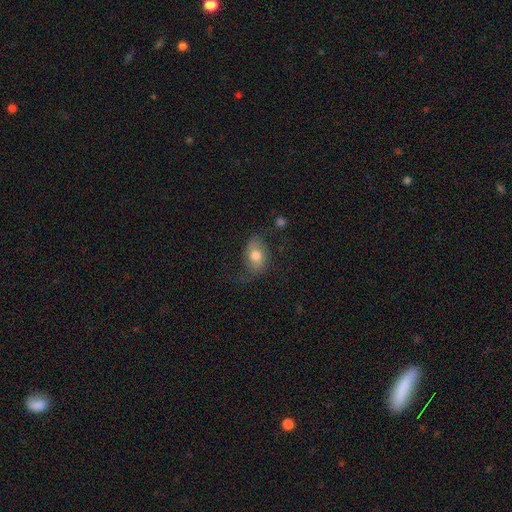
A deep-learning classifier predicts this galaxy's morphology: smooth 62%, featured or disk 30%, star or artifact 8%. Down the decision tree: how rounded — in between (79%); merging — none (51%).